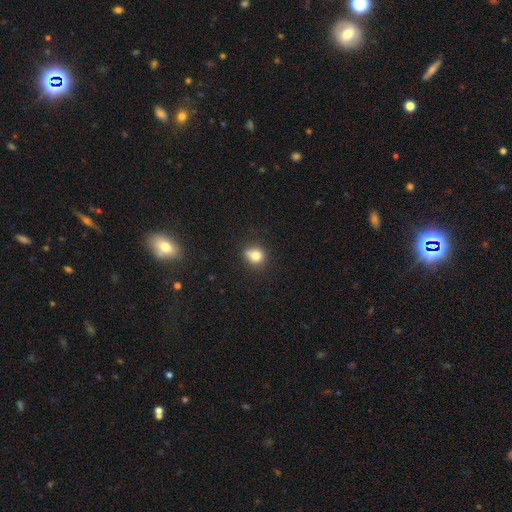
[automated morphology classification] A smooth galaxy with no disk features (79%) that is round (78%). Merging: none (61%).